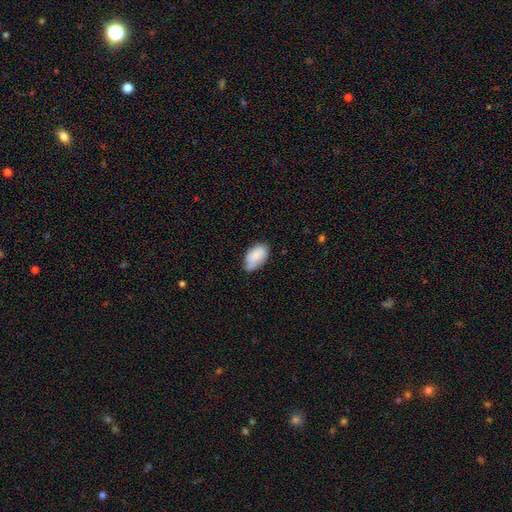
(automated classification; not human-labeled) smooth 81%, featured or disk 13%, star or artifact 7%. Down the decision tree: how rounded — in between (93%); merging — none (59%).